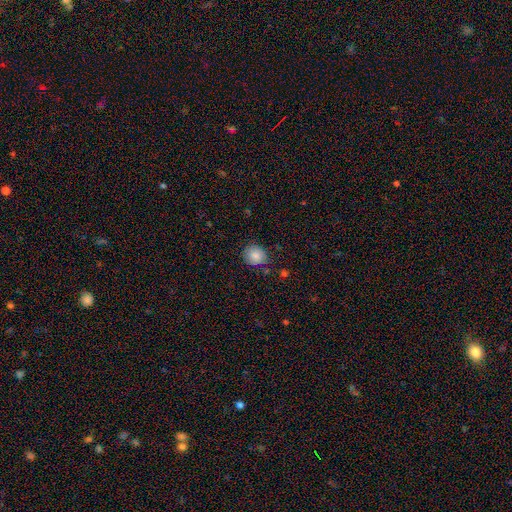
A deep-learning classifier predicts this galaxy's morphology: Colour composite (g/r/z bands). It shows a smooth galaxy with no disk features (85%) that is round (85%). Merging: none (82%).